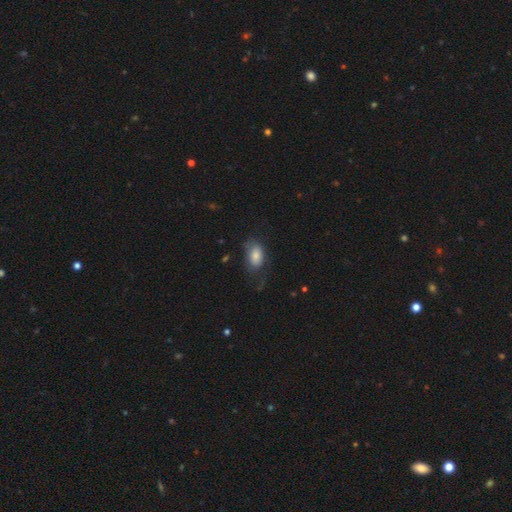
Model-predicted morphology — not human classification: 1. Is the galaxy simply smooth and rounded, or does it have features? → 78% smooth, 14% featured or disk, 8% star or artifact.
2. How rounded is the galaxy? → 90% in between, 8% round, 2% cigar-shaped.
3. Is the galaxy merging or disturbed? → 52% none, 27% minor disturbance, 19% major disturbance, 2% merger.